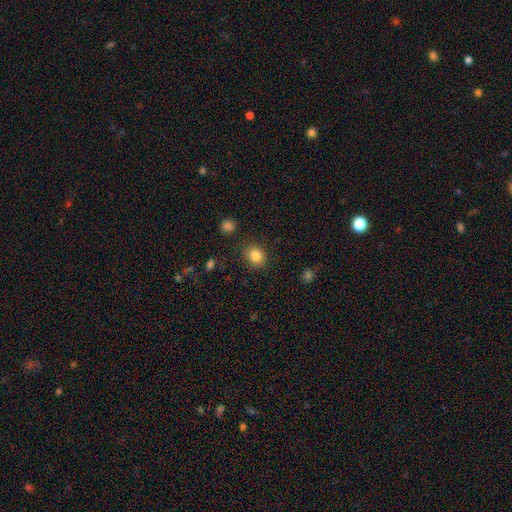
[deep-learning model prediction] This appears to be a smooth galaxy with no disk features (85%) that is round (65%). Merging: none (86%).